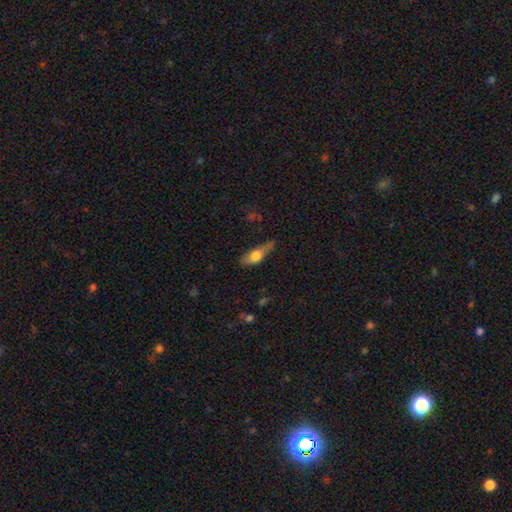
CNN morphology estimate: Q: Smooth or featured?
A: smooth (63%); runner-up: featured or disk (29%)
Q: How rounded?
A: in between (61%); runner-up: cigar-shaped (34%)
Q: Merging?
A: none (51%); runner-up: minor disturbance (33%)